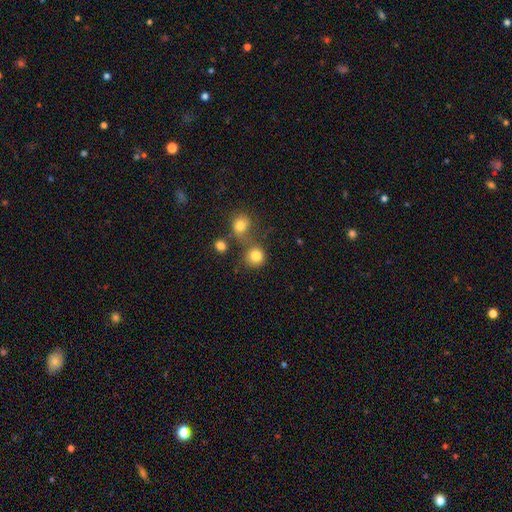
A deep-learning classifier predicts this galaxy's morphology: A smooth galaxy with no disk features (82%) that is round (89%).

Vote fractions:
- Smooth or featured? smooth: 82% / star or artifact: 12% / featured or disk: 7%
- How rounded? round: 89% / in between: 10% / cigar-shaped: 1%
- Merging? none: 60% / merger: 25% / minor disturbance: 10% / major disturbance: 5%